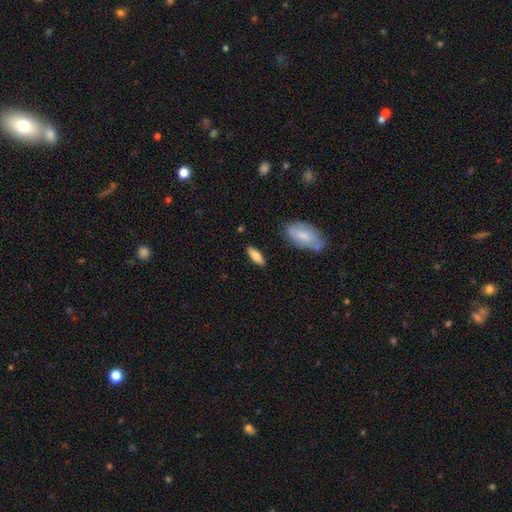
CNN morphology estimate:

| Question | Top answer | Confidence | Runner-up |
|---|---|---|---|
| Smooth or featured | smooth | 79% | featured or disk (15%) |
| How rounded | in between | 59% | cigar-shaped (39%) |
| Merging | none | 85% | minor disturbance (10%) |